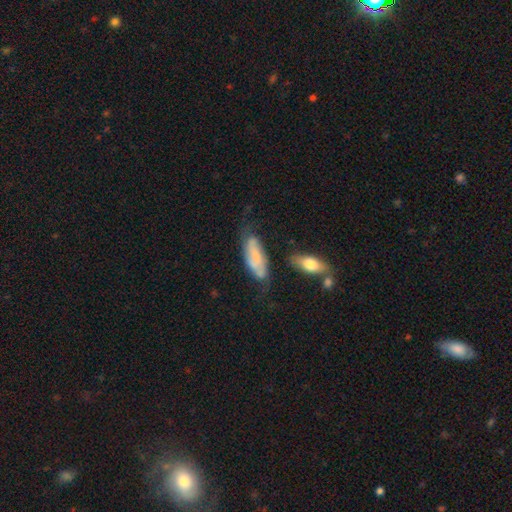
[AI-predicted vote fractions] smooth 49%, featured or disk 42%, star or artifact 9%. Down the decision tree: merging — none (49%).